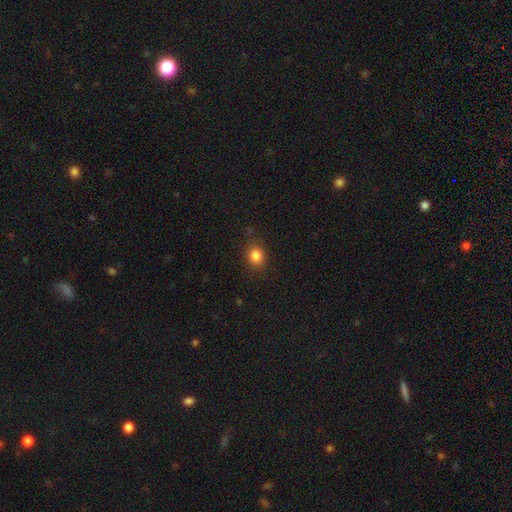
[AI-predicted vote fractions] smooth-or-featured: smooth: 84% | star or artifact: 12% | featured or disk: 5%
  how-rounded: round: 74% | in between: 25% | cigar-shaped: 1%
  merging: none: 86% | minor disturbance: 10% | major disturbance: 3% | merger: 1%